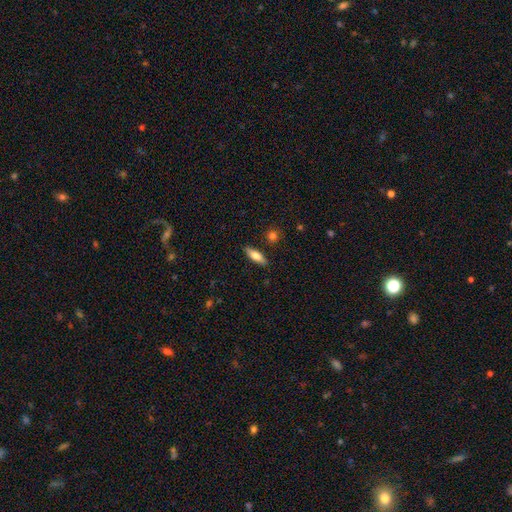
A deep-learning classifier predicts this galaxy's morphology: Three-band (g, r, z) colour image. It shows a smooth galaxy with no disk features (70%) that is in between round and cigar-shaped (52%). Merging: none (86%).